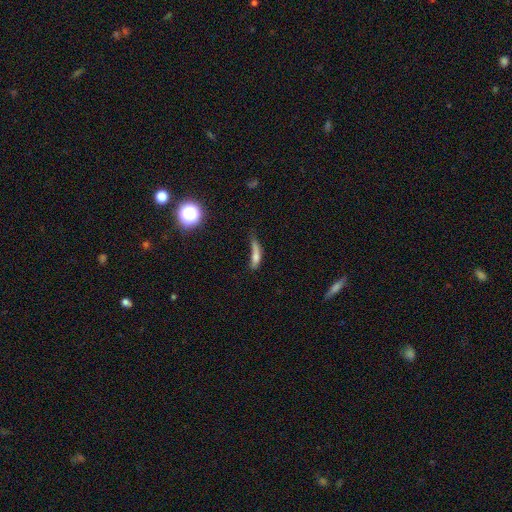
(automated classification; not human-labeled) smooth_or_featured: smooth (p=0.64) [alt: featured or disk p=0.25]
how_rounded: cigar-shaped (p=0.66) [alt: in between p=0.30]
merging: major disturbance (p=0.32) [alt: minor disturbance p=0.31]